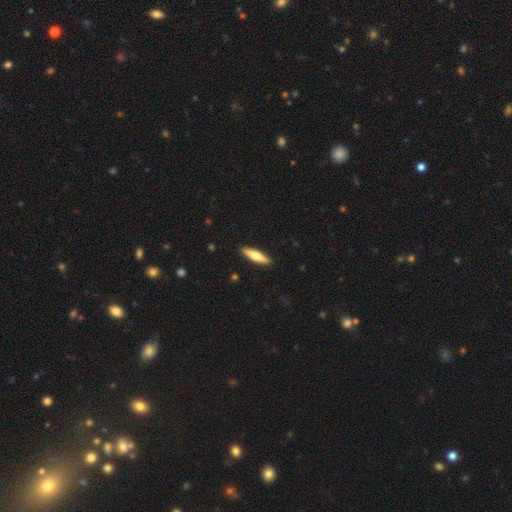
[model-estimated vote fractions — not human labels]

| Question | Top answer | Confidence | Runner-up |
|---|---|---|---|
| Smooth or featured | smooth | 58% | featured or disk (37%) |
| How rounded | cigar-shaped | 78% | in between (20%) |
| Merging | none | 91% | minor disturbance (7%) |